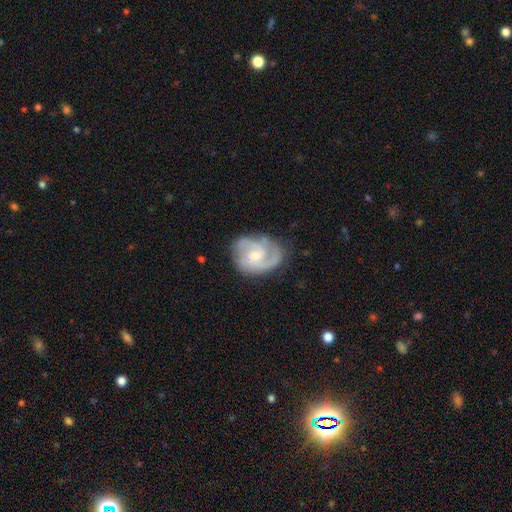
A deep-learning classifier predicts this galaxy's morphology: Overall: featured or disk (84%). Edge-on disk: no (98%). Bar: no (54%; weak 39%). Spiral arms: yes (96%). Spiral arm count: 2 (54%; 3 23%). Spiral winding: medium (48%; tight 39%). Bulge size: small (50%; moderate 44%). Merging: none (72%).